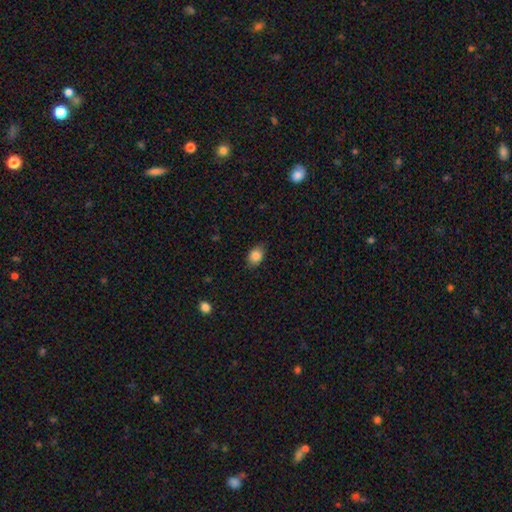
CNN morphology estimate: Smooth or featured?
  - smooth: 85% *
  - star or artifact: 9%
  - featured or disk: 6%
How rounded?
  - in between: 73% *
  - round: 26%
  - cigar-shaped: 1%
Merging?
  - none: 83% *
  - minor disturbance: 13%
  - major disturbance: 3%
  - merger: 1%